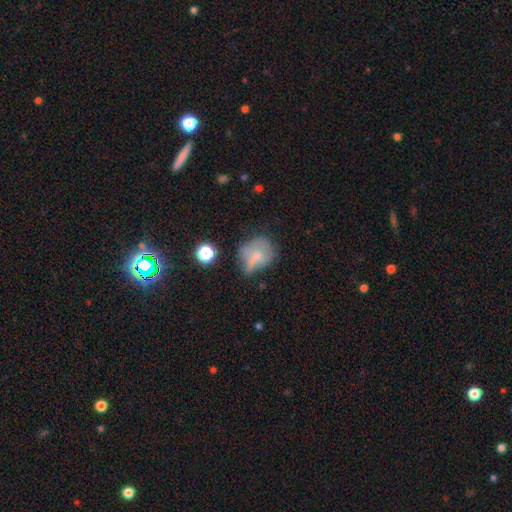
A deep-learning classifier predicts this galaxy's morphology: type=smooth (55%); roundness=round (54%); merging=none (34%).